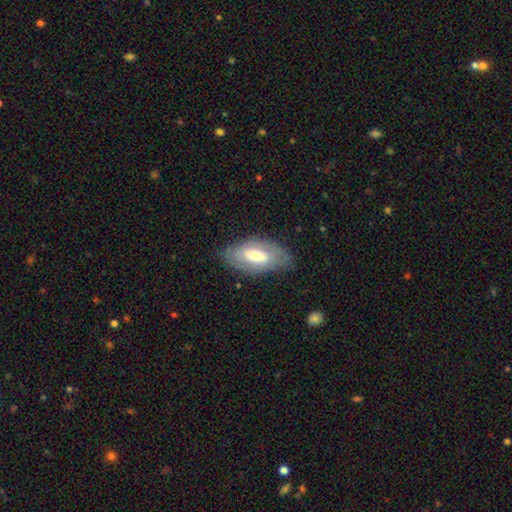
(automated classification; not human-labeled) Smooth or featured? featured or disk (49%)
Merging? none (77%)